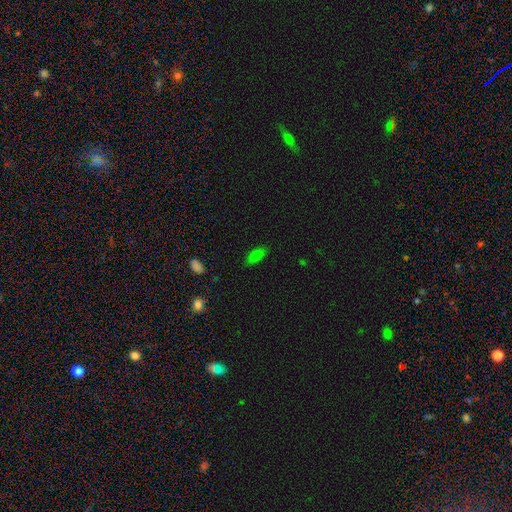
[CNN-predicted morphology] The model was most divided on "smooth or featured": smooth: 78%, star or artifact: 14%, featured or disk: 9%. More confident: merging — none (83%); how rounded — in between (81%).